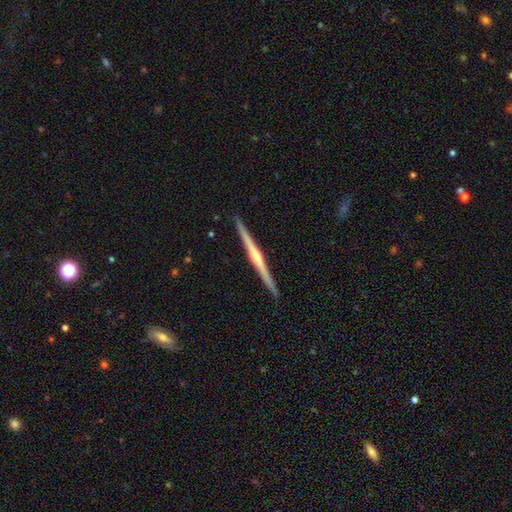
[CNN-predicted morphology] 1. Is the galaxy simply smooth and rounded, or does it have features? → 81% featured or disk, 14% smooth, 6% star or artifact.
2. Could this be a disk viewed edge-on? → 99% yes, 1% no.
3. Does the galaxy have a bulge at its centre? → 72% rounded, 20% none, 8% boxy.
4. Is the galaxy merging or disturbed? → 92% none, 5% minor disturbance, 1% major disturbance, 1% merger.